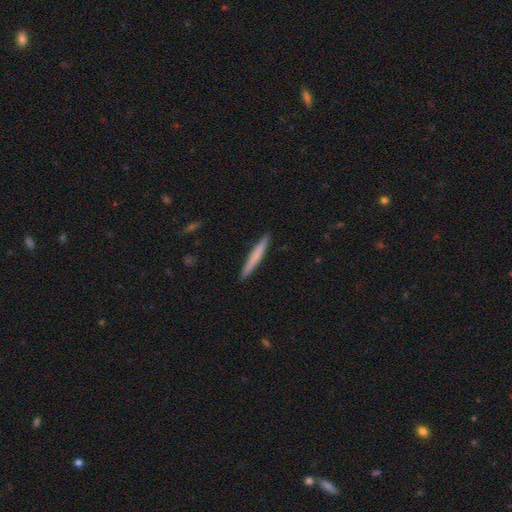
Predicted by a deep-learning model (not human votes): Q: Smooth or featured?
A: smooth (66%); runner-up: featured or disk (29%)
Q: How rounded?
A: cigar-shaped (97%); runner-up: in between (2%)
Q: Merging?
A: none (92%); runner-up: minor disturbance (6%)